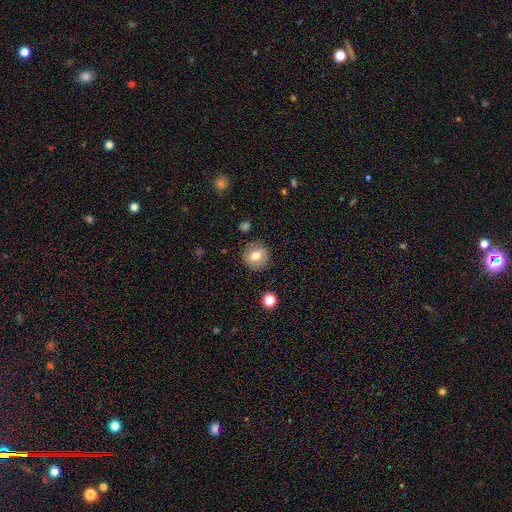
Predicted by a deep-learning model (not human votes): Smooth or featured?
  - smooth: 74% *
  - featured or disk: 16%
  - star or artifact: 10%
How rounded?
  - round: 94% *
  - in between: 6%
  - cigar-shaped: 1%
Merging?
  - none: 88% *
  - minor disturbance: 9%
  - major disturbance: 2%
  - merger: 2%